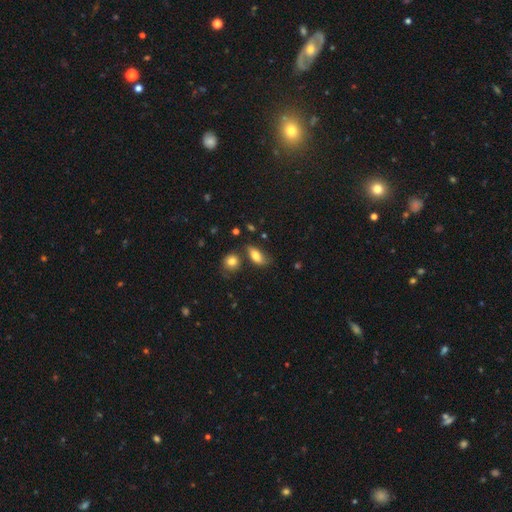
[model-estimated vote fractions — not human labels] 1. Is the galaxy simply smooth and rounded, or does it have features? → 75% smooth, 16% featured or disk, 9% star or artifact.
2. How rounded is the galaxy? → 84% in between, 9% cigar-shaped, 7% round.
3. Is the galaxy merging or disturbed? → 59% none, 23% minor disturbance, 11% merger, 7% major disturbance.